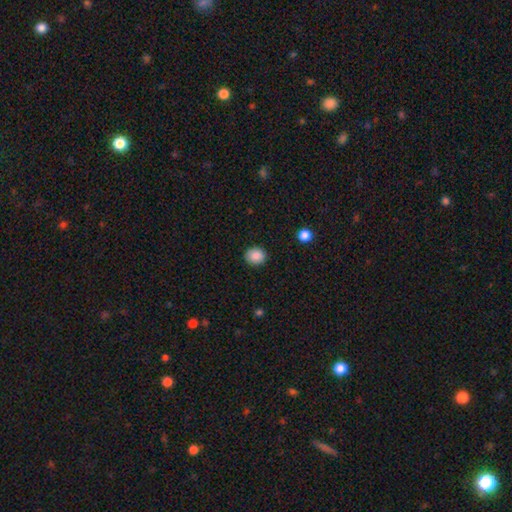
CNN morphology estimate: Smooth or featured: smooth — 88% (star or artifact — 9%)
How rounded: round — 72% (in between — 27%)
Merging: none — 89% (minor disturbance — 8%)